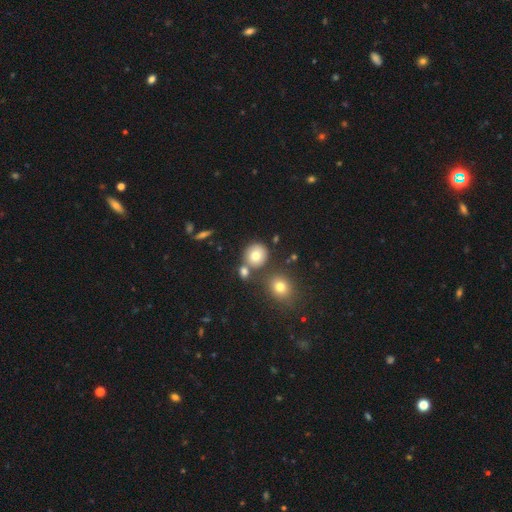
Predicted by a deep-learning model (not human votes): smooth 76%, star or artifact 12%, featured or disk 12%. Down the decision tree: how rounded — round (85%); merging — none (72%).